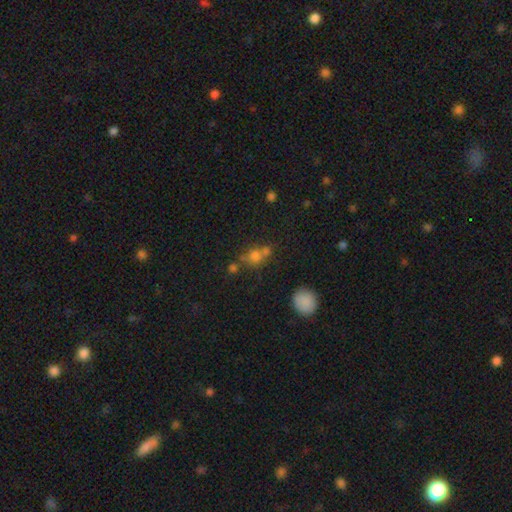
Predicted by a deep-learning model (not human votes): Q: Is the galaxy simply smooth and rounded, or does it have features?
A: smooth — 66%.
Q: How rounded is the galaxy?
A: round — 72%.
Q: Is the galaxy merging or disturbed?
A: none — 50%.